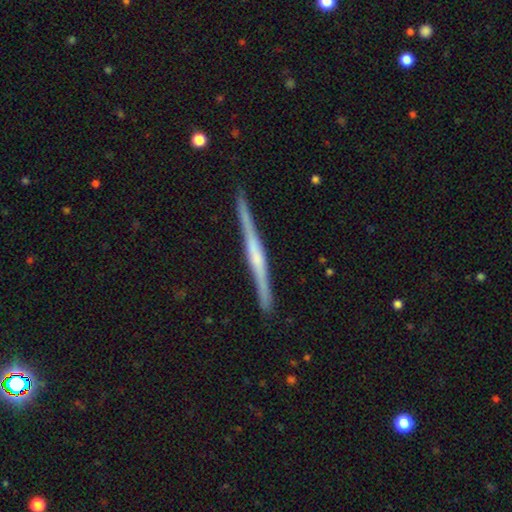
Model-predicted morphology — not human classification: type=featured or disk (74%); edge-on=yes (98%); edge-on bulge=rounded (44%); merging=none (90%).